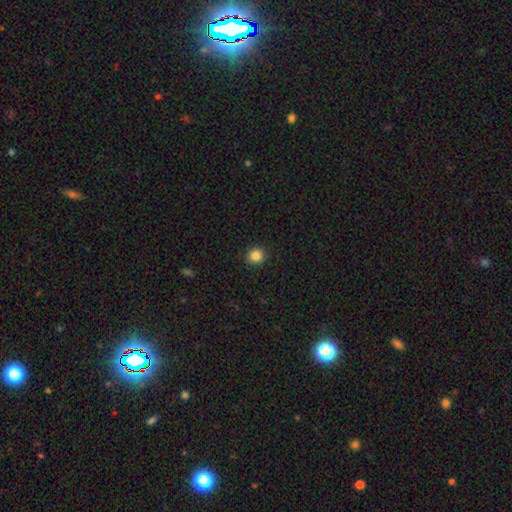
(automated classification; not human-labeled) Smooth or featured?
  - smooth: 85% *
  - star or artifact: 11%
  - featured or disk: 4%
How rounded?
  - round: 88% *
  - in between: 11%
  - cigar-shaped: 1%
Merging?
  - none: 92% *
  - minor disturbance: 5%
  - major disturbance: 2%
  - merger: 1%